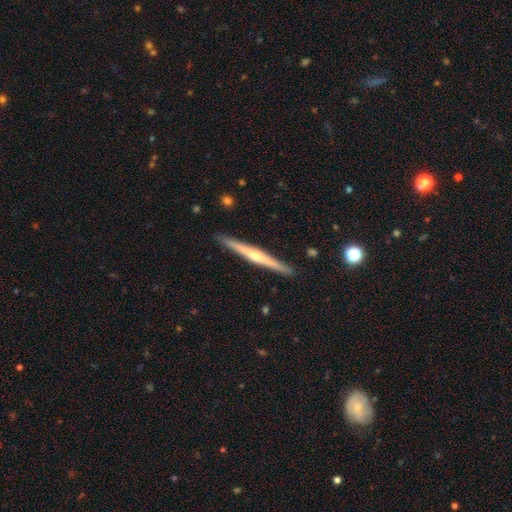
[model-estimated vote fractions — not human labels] This is likely a featured or disk galaxy (72%). It is clearly viewed edge-on (98%). Edge-on bulge: likely rounded (78%). Merging: clearly none (92%).